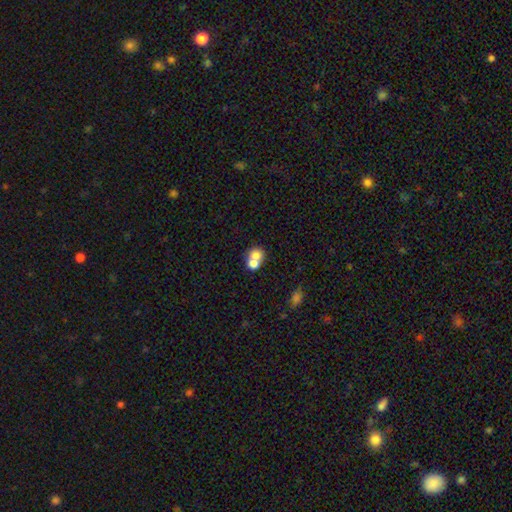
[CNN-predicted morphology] This is likely a smooth galaxy (71%). How rounded: likely round (74%). Merging: likely merger (61%).